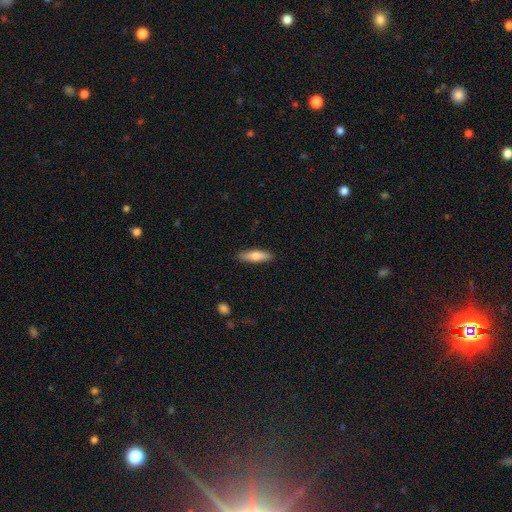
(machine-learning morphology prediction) Smooth or featured?
  - smooth: 69% *
  - featured or disk: 26%
  - star or artifact: 6%
How rounded?
  - cigar-shaped: 63% *
  - in between: 35%
  - round: 2%
Merging?
  - none: 89% *
  - minor disturbance: 8%
  - major disturbance: 2%
  - merger: 1%